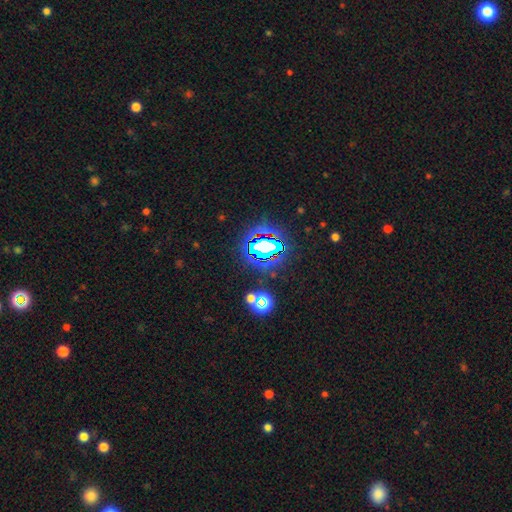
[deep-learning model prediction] Morphology: type=star or artifact (83%).